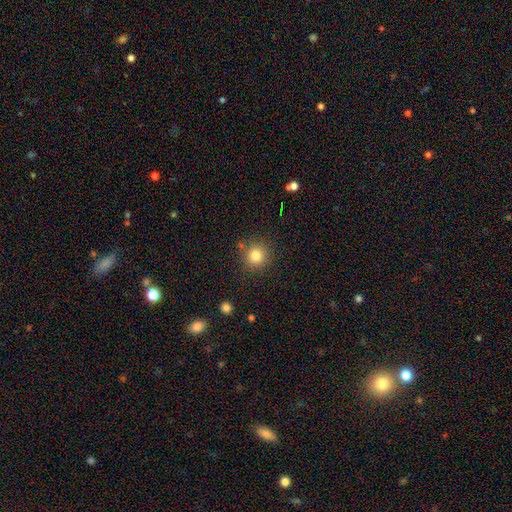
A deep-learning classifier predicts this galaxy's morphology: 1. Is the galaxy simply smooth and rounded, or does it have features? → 81% smooth, 12% star or artifact, 6% featured or disk.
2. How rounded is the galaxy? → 93% round, 6% in between, 1% cigar-shaped.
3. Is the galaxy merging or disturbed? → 86% none, 8% minor disturbance, 4% merger, 3% major disturbance.